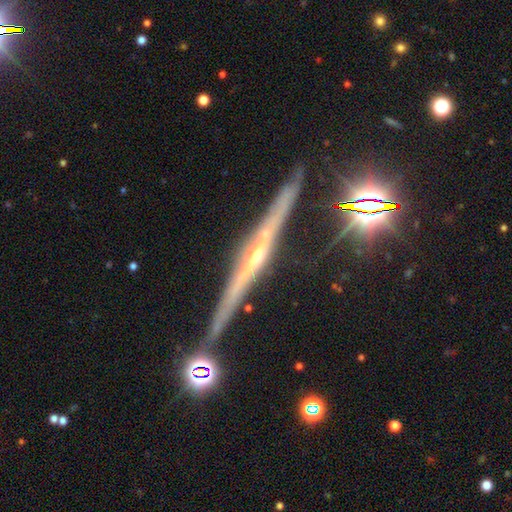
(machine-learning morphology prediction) featured or disk 82%, star or artifact 10%, smooth 8%. Down the decision tree: edge-on disk — yes (98%); edge-on bulge — rounded (66%); merging — none (84%).